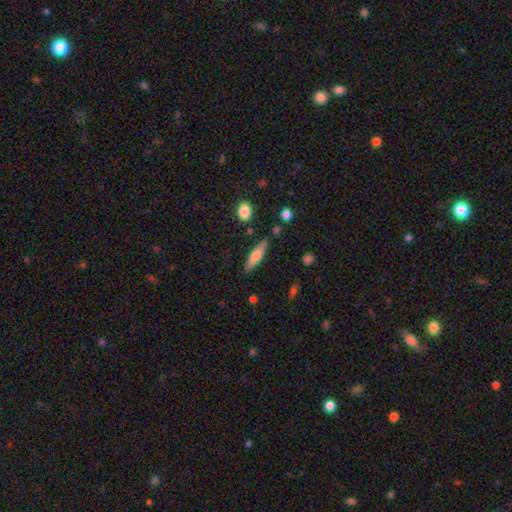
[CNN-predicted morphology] This appears to be a smooth galaxy with no disk features (60%) that is cigar-shaped (72%). Merging: none (81%).